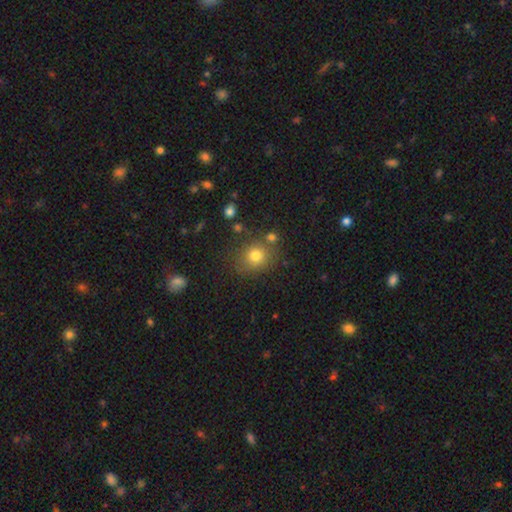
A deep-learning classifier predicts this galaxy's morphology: Smooth or featured? Predicted: smooth (p=0.77). How rounded? Predicted: round (p=0.79). Merging? Predicted: none (p=0.76).